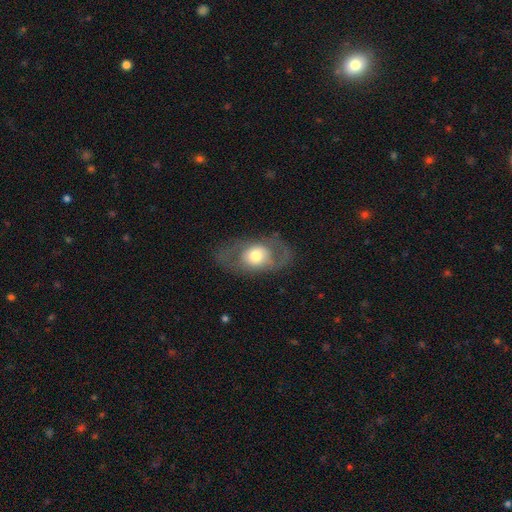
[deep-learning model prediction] Morphology: type=featured or disk (50%); merging=none (71%).